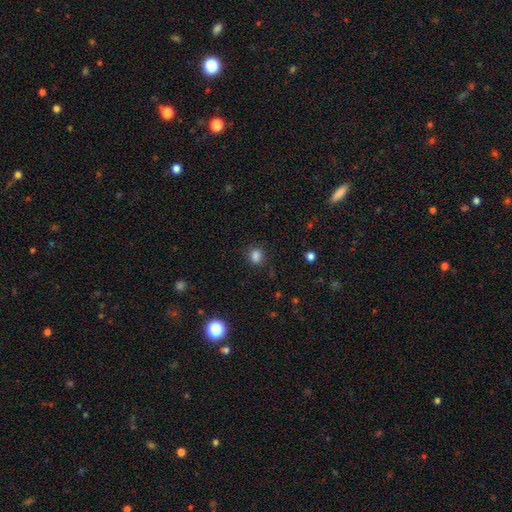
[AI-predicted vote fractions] A smooth galaxy with no disk features (83%) that is round (53%). Merging: none (80%).